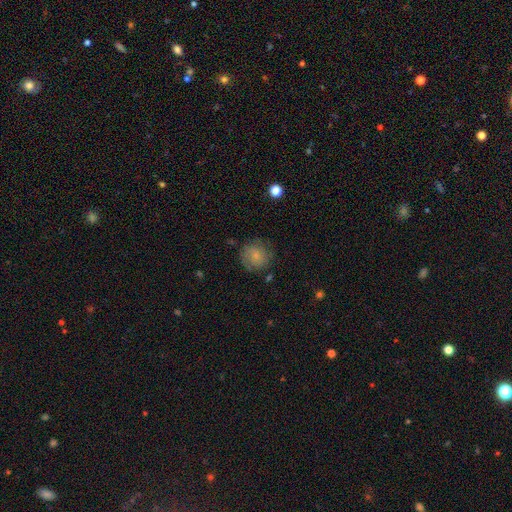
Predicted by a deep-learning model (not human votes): Q: Smooth or featured?
A: smooth (69%); runner-up: featured or disk (22%)
Q: How rounded?
A: round (89%); runner-up: in between (10%)
Q: Merging?
A: none (73%); runner-up: minor disturbance (18%)